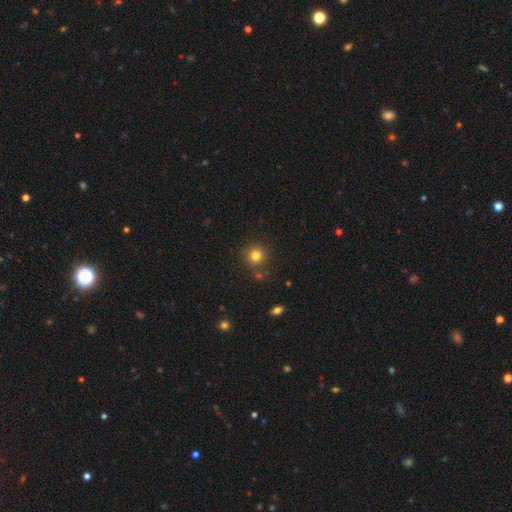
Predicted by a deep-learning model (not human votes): A smooth galaxy with no disk features (79%) that is round (93%).

Vote fractions:
- Smooth or featured? smooth: 79% / star or artifact: 14% / featured or disk: 6%
- How rounded? round: 93% / in between: 6% / cigar-shaped: 1%
- Merging? none: 81% / minor disturbance: 9% / merger: 7% / major disturbance: 3%